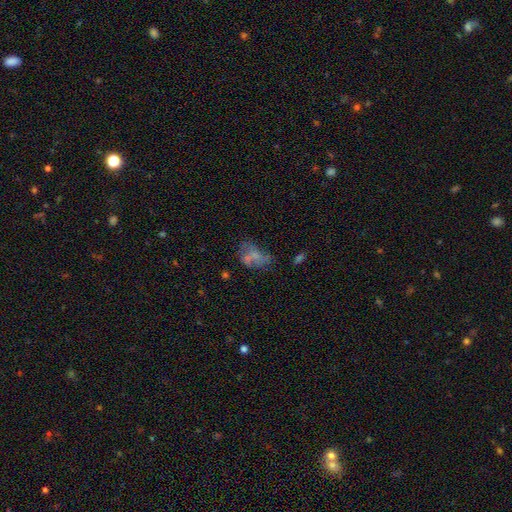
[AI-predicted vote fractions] smooth-or-featured: featured or disk: 43% | smooth: 41% | star or artifact: 16%
  merging: none: 39% | major disturbance: 29% | minor disturbance: 21% | merger: 11%